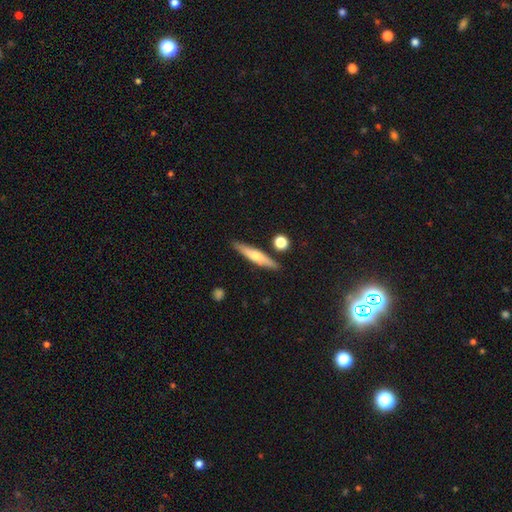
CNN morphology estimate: A smooth galaxy with no disk features (50%).

Vote fractions:
- Smooth or featured? smooth: 50% / featured or disk: 44% / star or artifact: 6%
- Merging? none: 85% / minor disturbance: 9% / merger: 4% / major disturbance: 2%